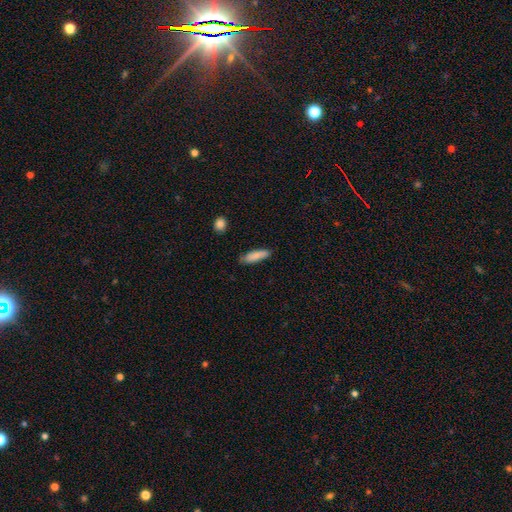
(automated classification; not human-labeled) This appears to be a smooth galaxy with no disk features (85%) that is cigar-shaped (59%). Merging: none (79%).